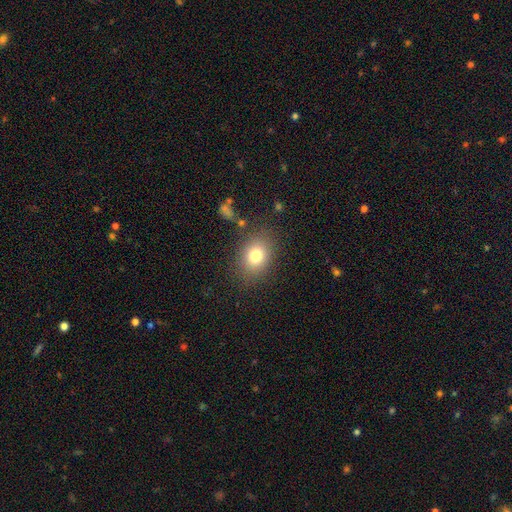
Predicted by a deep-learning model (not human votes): smooth-or-featured: smooth: 78% | star or artifact: 12% | featured or disk: 10%
  how-rounded: in between: 59% | round: 40% | cigar-shaped: 1%
  merging: none: 81% | minor disturbance: 11% | major disturbance: 5% | merger: 3%